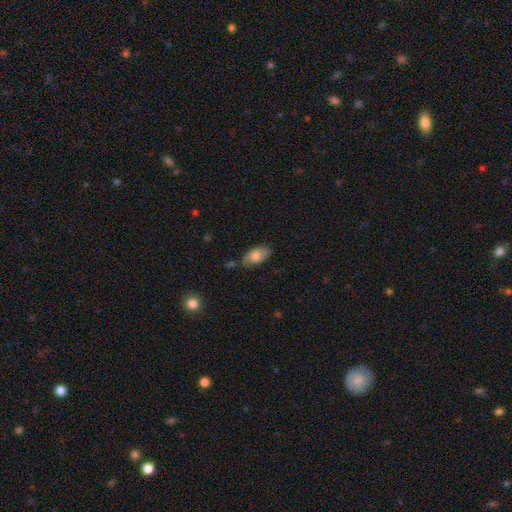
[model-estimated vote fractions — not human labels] This is likely a smooth galaxy (77%). How rounded: clearly in between (92%). Merging: likely none (71%).